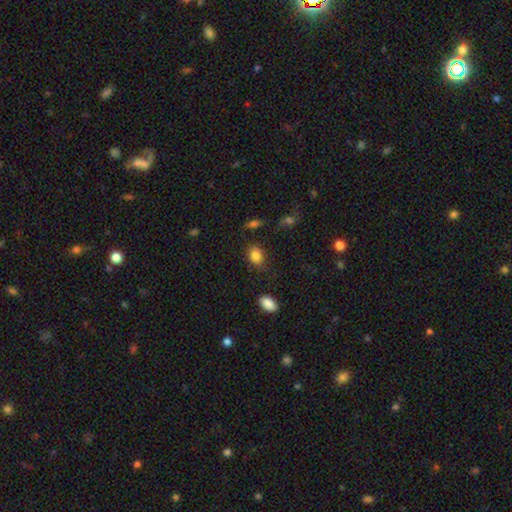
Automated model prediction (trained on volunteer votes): smooth 85%, star or artifact 9%, featured or disk 6%. Down the decision tree: how rounded — in between (72%); merging — none (79%).